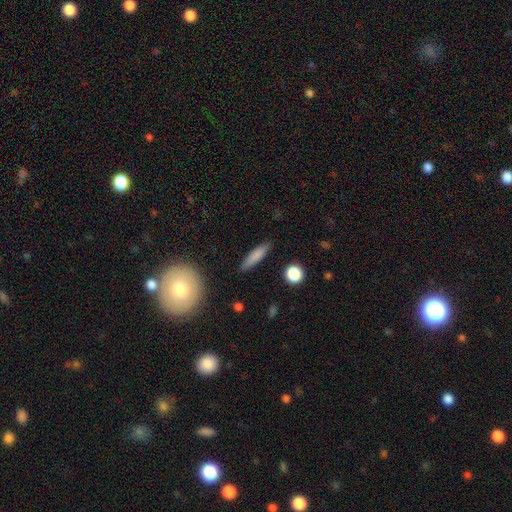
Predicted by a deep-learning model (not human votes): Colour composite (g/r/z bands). It shows a smooth galaxy with no disk features (76%) that is cigar-shaped (78%). Merging: none (86%).